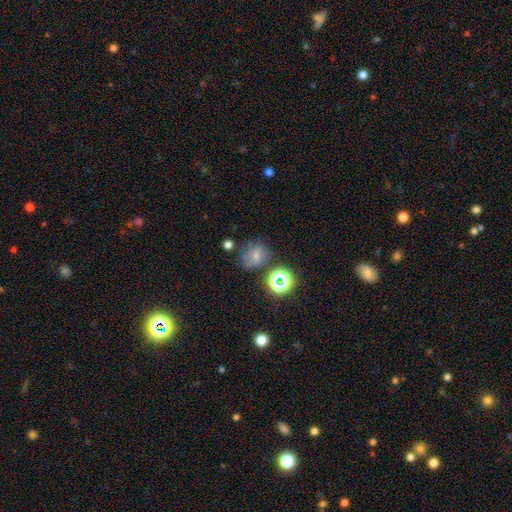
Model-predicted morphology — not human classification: type=smooth (57%); roundness=round (65%); merging=none (59%).